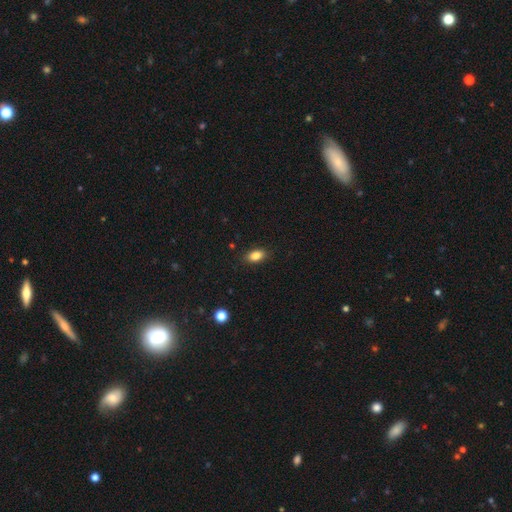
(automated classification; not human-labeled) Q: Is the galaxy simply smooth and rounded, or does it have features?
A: smooth — 85%.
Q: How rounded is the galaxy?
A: in between — 88%.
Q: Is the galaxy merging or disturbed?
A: none — 87%.